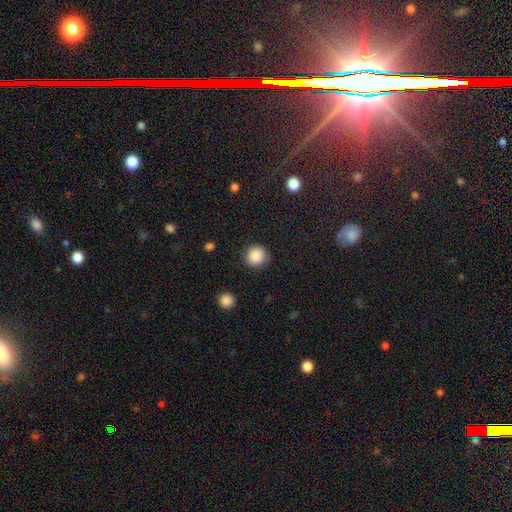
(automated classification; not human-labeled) Q: Smooth or featured?
A: smooth (88%); runner-up: star or artifact (9%)
Q: How rounded?
A: round (94%); runner-up: in between (5%)
Q: Merging?
A: none (89%); runner-up: minor disturbance (7%)